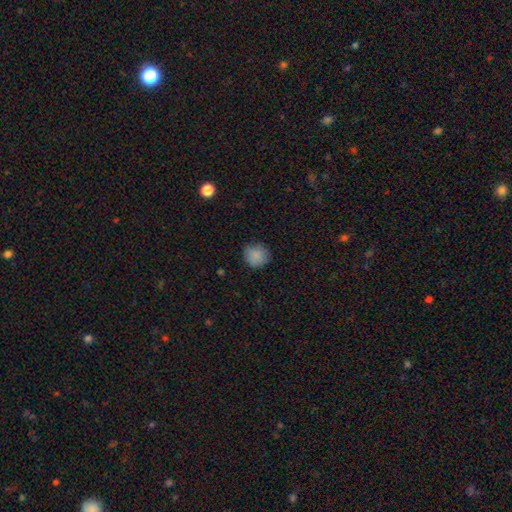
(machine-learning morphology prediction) type=smooth (87%); roundness=round (89%); merging=none (83%).